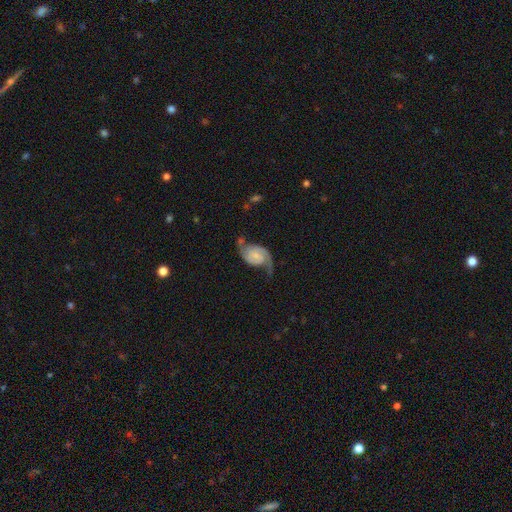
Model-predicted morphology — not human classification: smooth-or-featured: featured or disk: 84% | smooth: 11% | star or artifact: 5%
  disk-edge-on: no: 98% | yes: 2%
    bar: no: 51% | weak: 39% | strong: 10%
    has-spiral-arms: yes: 97% | no: 3%
      spiral-winding: medium: 44% | loose: 34% | tight: 22%
      spiral-arm-count: 2: 88% | 1: 6% | can't tell: 3% | 3: 1% | 4: 1% | more than 4: 1%
    bulge-size: small: 55% | moderate: 23% | none: 17% | large: 3% | dominant: 2%
  merging: none: 54% | minor disturbance: 22% | major disturbance: 17% | merger: 6%